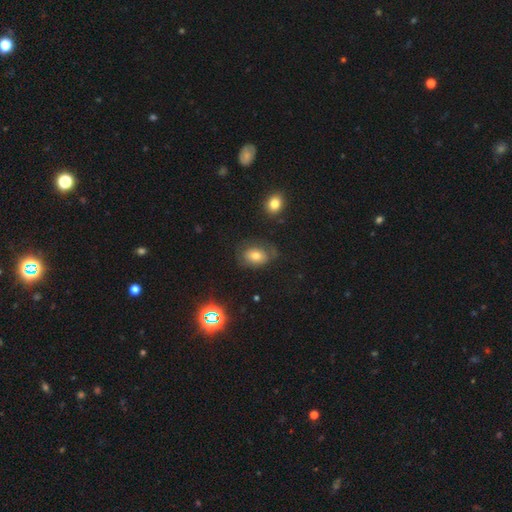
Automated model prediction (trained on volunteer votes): smooth 62%, featured or disk 24%, star or artifact 14%. Down the decision tree: how rounded — in between (71%); merging — none (63%).